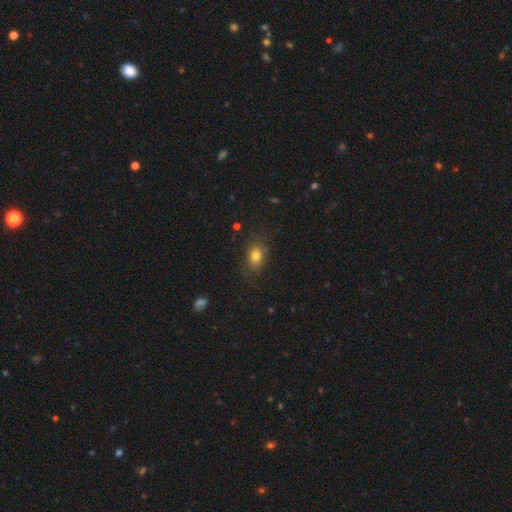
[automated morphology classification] smooth-or-featured: smooth: 78% | star or artifact: 11% | featured or disk: 10%
  how-rounded: in between: 67% | round: 31% | cigar-shaped: 2%
  merging: none: 75% | minor disturbance: 17% | major disturbance: 6% | merger: 2%